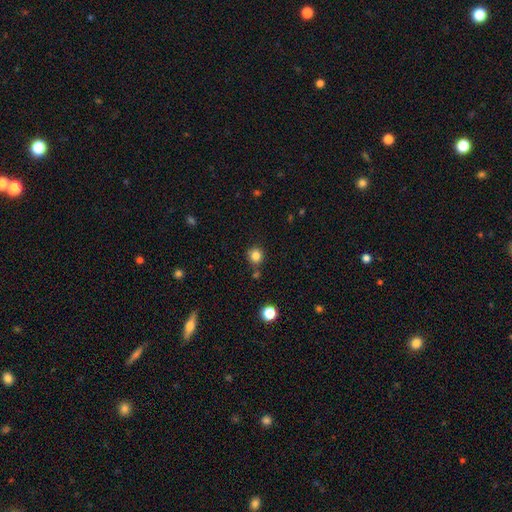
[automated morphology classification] Smooth or featured? Predicted: smooth (p=0.83). How rounded? Predicted: round (p=0.89). Merging? Predicted: none (p=0.80).